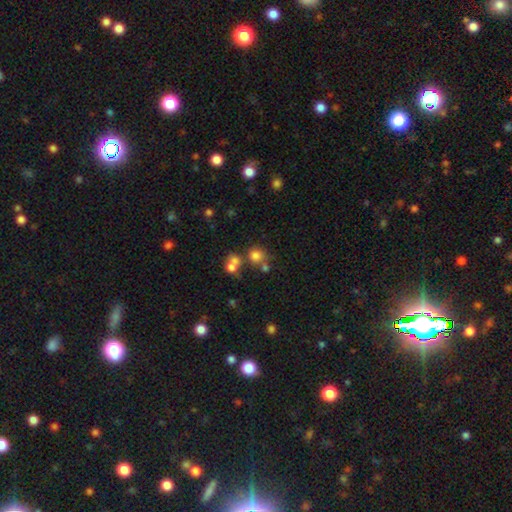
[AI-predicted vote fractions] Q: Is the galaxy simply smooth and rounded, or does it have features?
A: smooth — 73%.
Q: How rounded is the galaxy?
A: round — 84%.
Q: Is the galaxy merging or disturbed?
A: none — 53%.